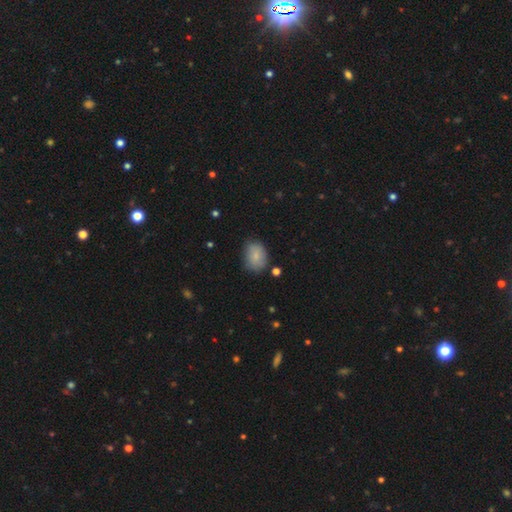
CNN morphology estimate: This appears to be a smooth galaxy with no disk features (82%) that is in between round and cigar-shaped (71%). Merging: none (71%).